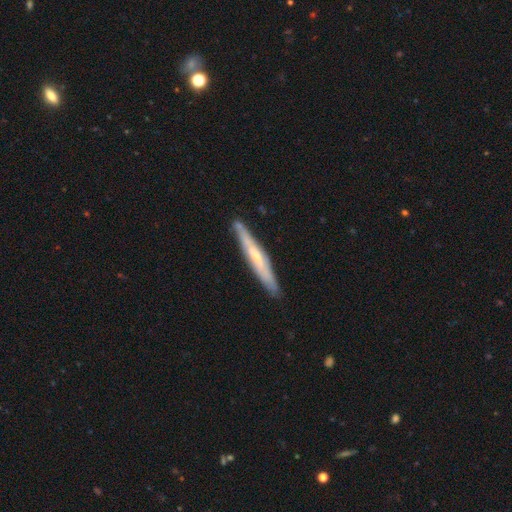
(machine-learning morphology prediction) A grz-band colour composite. It shows a featured or disk galaxy (57%) viewed edge-on (88%) with no central bulge (47%). Merging: none (84%).